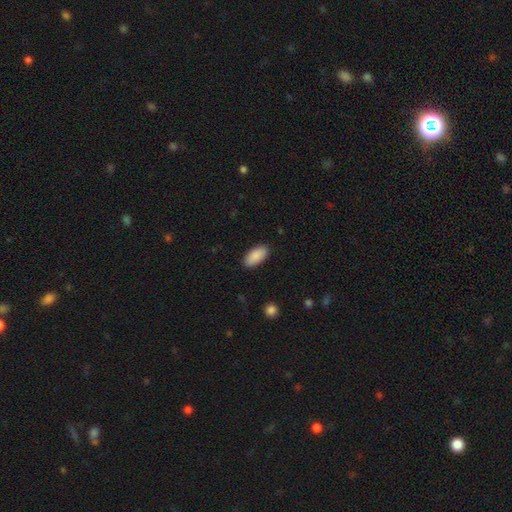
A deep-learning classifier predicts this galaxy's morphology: Smooth or featured? Predicted: smooth (p=0.90). How rounded? Predicted: in between (p=0.93). Merging? Predicted: none (p=0.88).